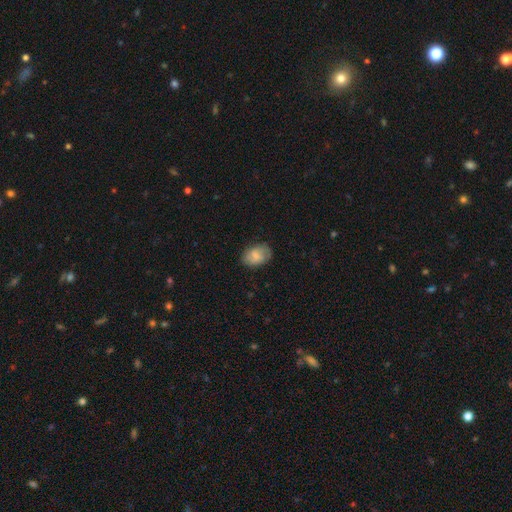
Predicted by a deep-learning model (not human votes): Morphology: type=smooth (71%); roundness=in between (83%); merging=none (77%).